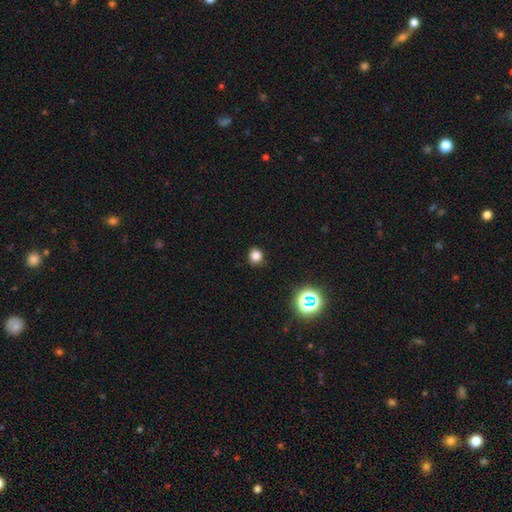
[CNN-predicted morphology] Overall: smooth (80%). How rounded: round (88%). Merging: none (89%).